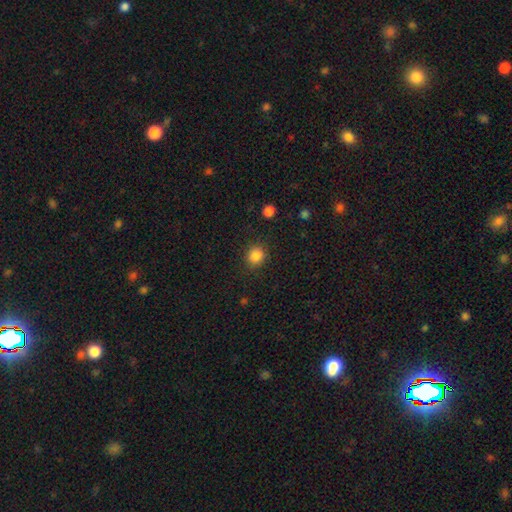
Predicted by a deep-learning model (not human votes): The model was most divided on "how rounded": round: 84%, in between: 15%, cigar-shaped: 1%. More confident: merging — none (86%); smooth or featured — smooth (85%).